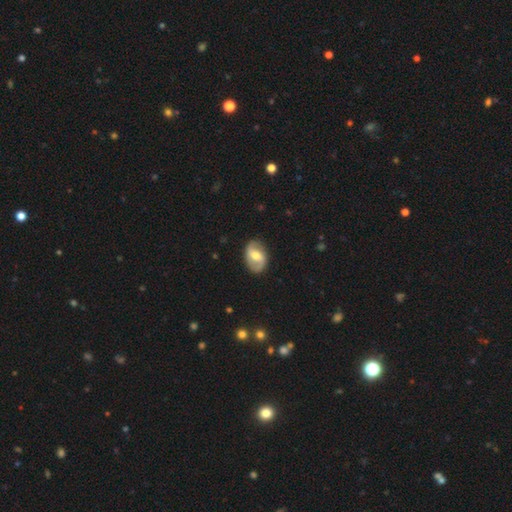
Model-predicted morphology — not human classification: Smooth or featured?
  - featured or disk: 67% *
  - smooth: 27%
  - star or artifact: 6%
Edge-on disk?
  - no: 96% *
  - yes: 4%
Bar?
  - weak: 45% *
  - no: 33%
  - strong: 22%
Spiral arms?
  - yes: 83% *
  - no: 17%
Spiral winding?
  - loose: 49% *
  - medium: 35%
  - tight: 16%
Spiral arm count?
  - 2: 89% *
  - can't tell: 6%
  - 1: 2%
  - 3: 1%
  - 4: 1%
  - more than 4: 1%
Bulge size?
  - moderate: 67% *
  - small: 26%
  - large: 5%
  - none: 1%
  - dominant: 1%
Merging?
  - none: 83% *
  - minor disturbance: 12%
  - major disturbance: 3%
  - merger: 1%